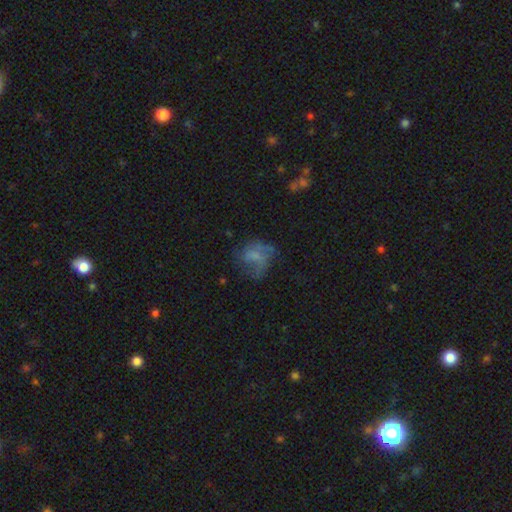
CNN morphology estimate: Q: Smooth or featured?
A: smooth (47%); runner-up: featured or disk (39%)
Q: Merging?
A: none (41%); runner-up: major disturbance (32%)